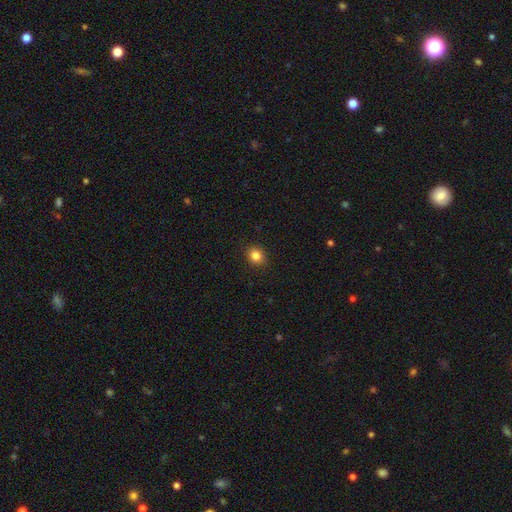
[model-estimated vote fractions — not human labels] Smooth or featured? smooth (84%)
How rounded? round (76%)
Merging? none (90%)